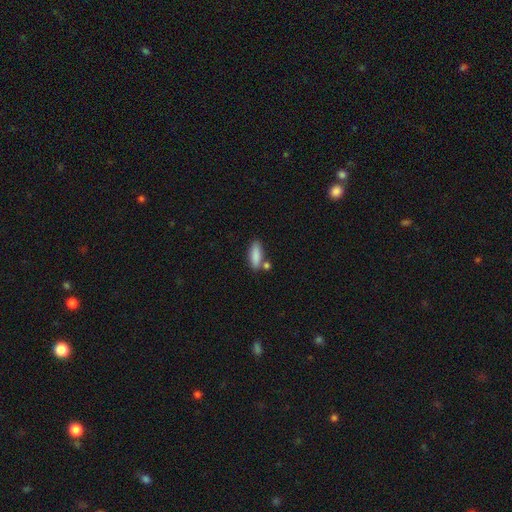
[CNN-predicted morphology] A smooth galaxy with no disk features (86%) that is in between round and cigar-shaped (56%).

Vote fractions:
- Smooth or featured? smooth: 86% / featured or disk: 8% / star or artifact: 7%
- How rounded? in between: 56% / cigar-shaped: 42% / round: 2%
- Merging? none: 69% / merger: 14% / minor disturbance: 13% / major disturbance: 3%